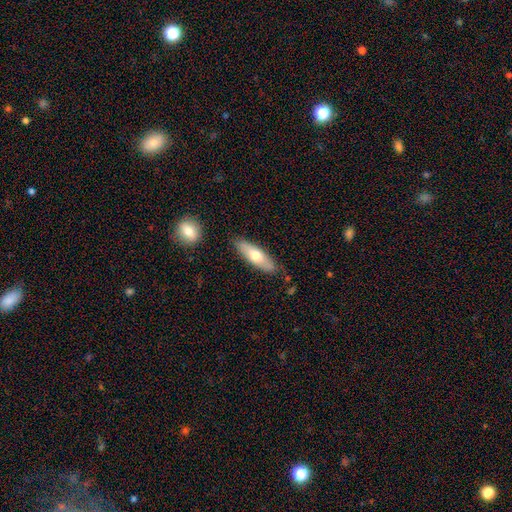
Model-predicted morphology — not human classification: smooth 63%, featured or disk 31%, star or artifact 5%. Down the decision tree: how rounded — in between (51%); merging — none (82%).